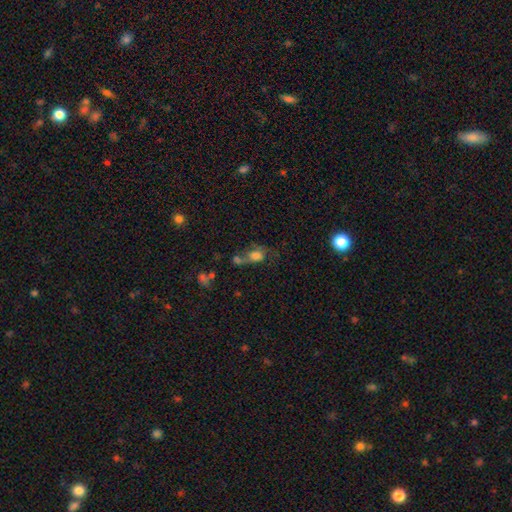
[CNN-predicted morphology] type=smooth (63%); roundness=in between (69%); merging=merger (41%).